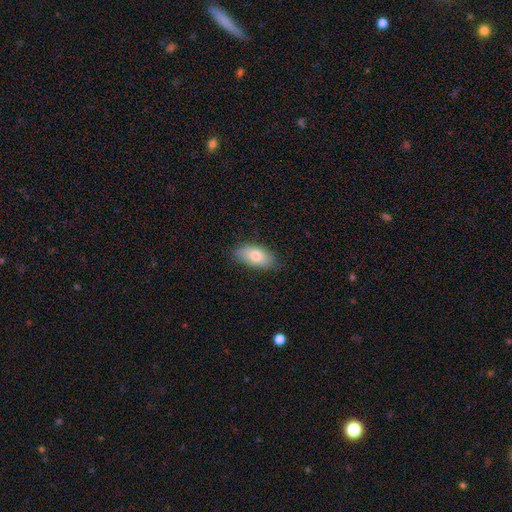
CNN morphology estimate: Q: Smooth or featured?
A: smooth (78%); runner-up: featured or disk (15%)
Q: How rounded?
A: in between (91%); runner-up: cigar-shaped (5%)
Q: Merging?
A: none (80%); runner-up: minor disturbance (16%)